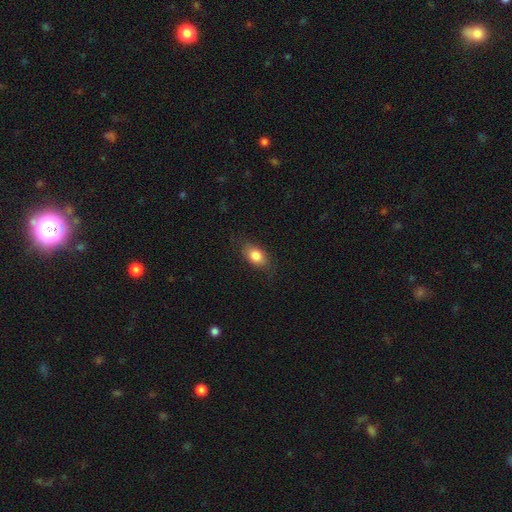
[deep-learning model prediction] smooth_or_featured: smooth (p=0.83) [alt: featured or disk p=0.10]
how_rounded: in between (p=0.82) [alt: round p=0.15]
merging: none (p=0.79) [alt: minor disturbance p=0.16]